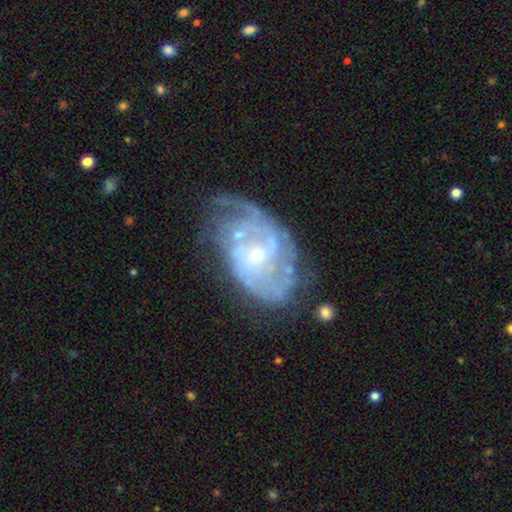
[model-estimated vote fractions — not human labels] A featured or disk galaxy (84%) with no bar (55%), 2 (38%) tight (42%) spiral arms (90%) and a small central bulge (60%).

Vote fractions:
- Smooth or featured? featured or disk: 84% / smooth: 10% / star or artifact: 6%
- Edge-on disk? no: 97% / yes: 3%
- Bar? no: 55% / weak: 37% / strong: 7%
- Spiral arms? yes: 90% / no: 10%
- Spiral winding? tight: 42% / medium: 41% / loose: 17%
- Spiral arm count? 2: 38% / can't tell: 32% / 3: 13% / 1: 7% / 4: 5% / more than 4: 4%
- Bulge size? small: 60% / moderate: 33% / none: 4% / large: 2% / dominant: 1%
- Merging? none: 49% / minor disturbance: 25% / major disturbance: 20% / merger: 6%